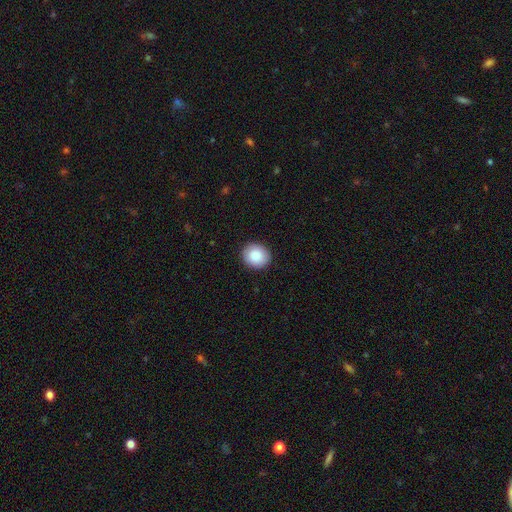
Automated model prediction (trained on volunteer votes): This appears to be a smooth galaxy with no disk features (88%) that is round (75%). Merging: none (91%).